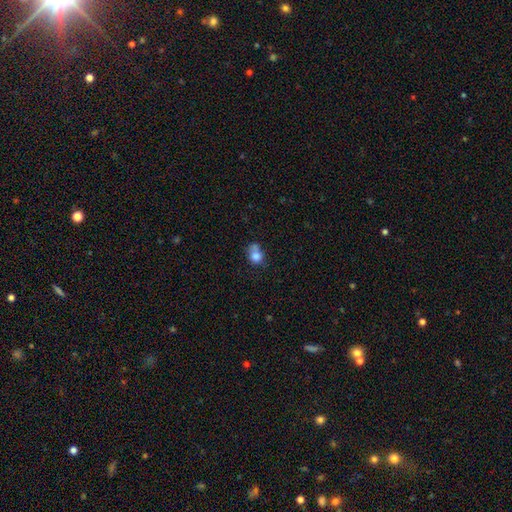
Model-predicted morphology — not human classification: Smooth or featured? smooth (78%)
How rounded? round (64%)
Merging? none (37%)